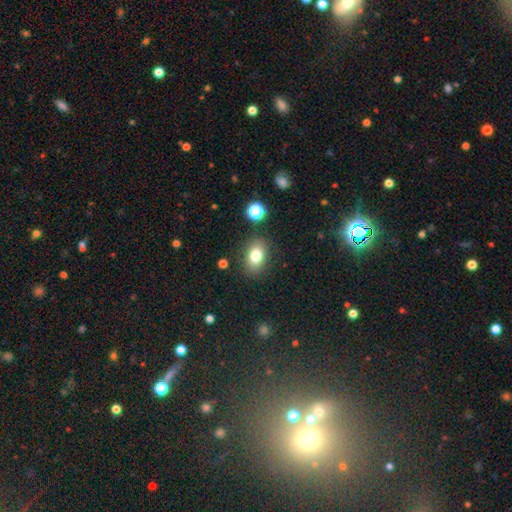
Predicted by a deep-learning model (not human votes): Q: Smooth or featured?
A: smooth (78%); runner-up: star or artifact (11%)
Q: How rounded?
A: in between (74%); runner-up: round (24%)
Q: Merging?
A: none (85%); runner-up: minor disturbance (10%)